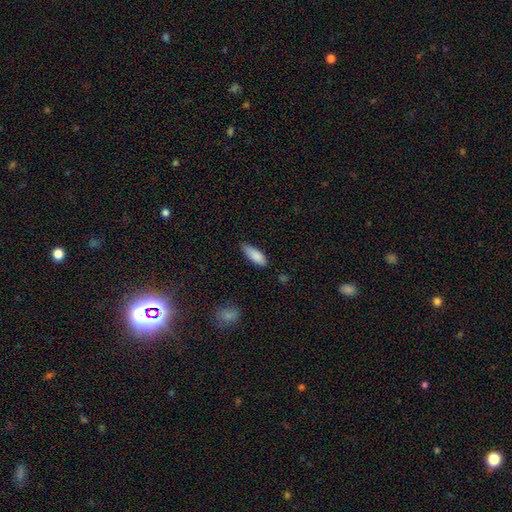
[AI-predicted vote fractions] A smooth galaxy with no disk features (86%) that is in between round and cigar-shaped (64%). Merging: none (74%).